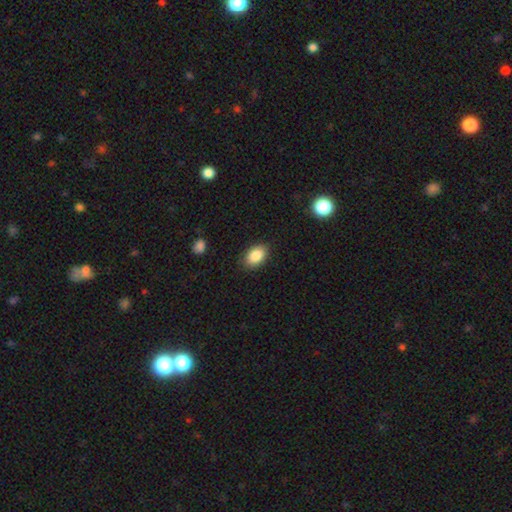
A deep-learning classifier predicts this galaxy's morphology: Smooth or featured?
  - smooth: 87% *
  - star or artifact: 8%
  - featured or disk: 6%
How rounded?
  - in between: 89% *
  - round: 10%
  - cigar-shaped: 1%
Merging?
  - none: 85% *
  - minor disturbance: 11%
  - major disturbance: 3%
  - merger: 1%